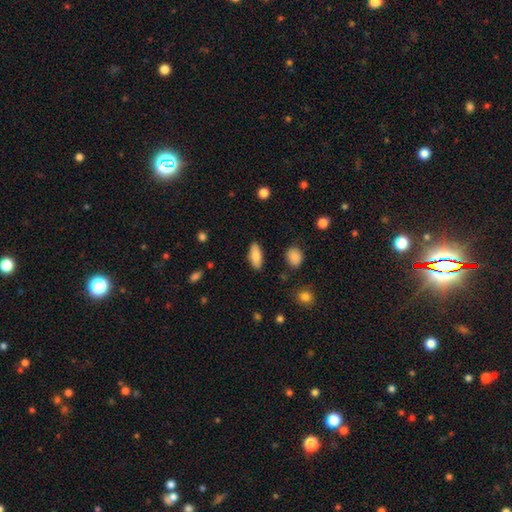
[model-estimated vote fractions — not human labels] smooth 84%, featured or disk 10%, star or artifact 7%. Down the decision tree: how rounded — in between (78%); merging — none (86%).